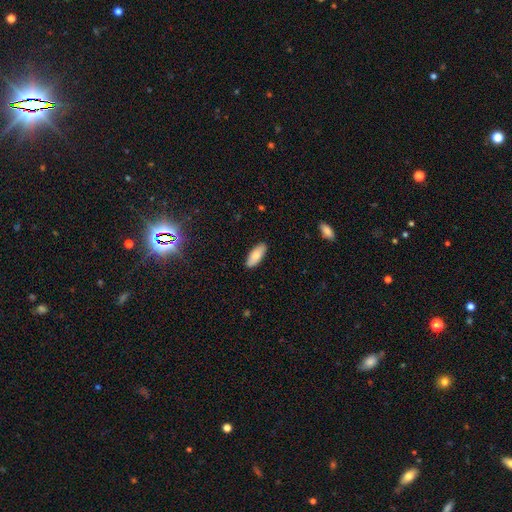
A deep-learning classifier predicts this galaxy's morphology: smooth-or-featured: smooth: 80% | featured or disk: 13% | star or artifact: 6%
  how-rounded: in between: 80% | cigar-shaped: 18% | round: 2%
  merging: none: 88% | minor disturbance: 9% | major disturbance: 2% | merger: 1%